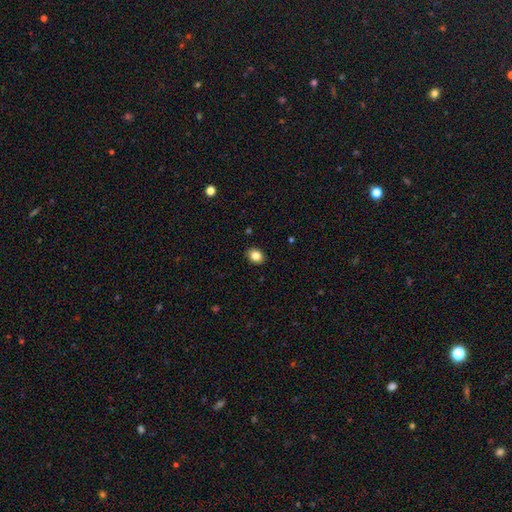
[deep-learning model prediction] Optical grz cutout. It shows a smooth galaxy with no disk features (85%) that is in between round and cigar-shaped (60%). Merging: none (90%).